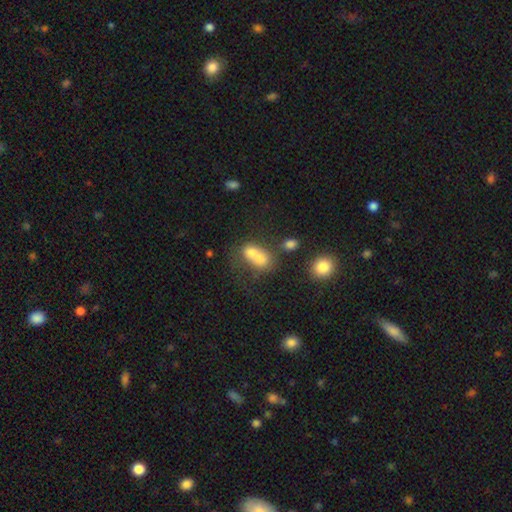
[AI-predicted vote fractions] Smooth or featured: smooth — 67% (featured or disk — 21%)
How rounded: in between — 56% (round — 42%)
Merging: merger — 66% (none — 20%)